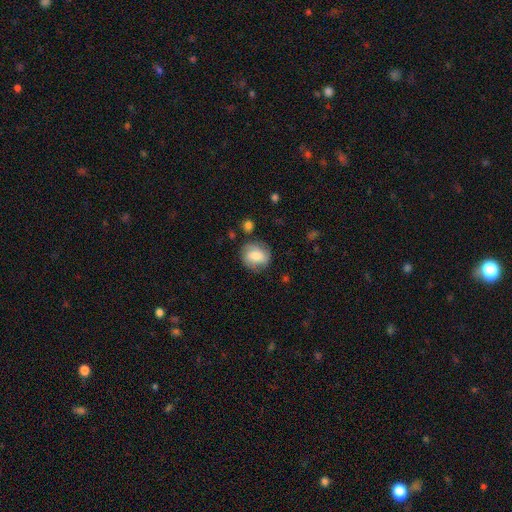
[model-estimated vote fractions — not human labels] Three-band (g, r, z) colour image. It shows a smooth galaxy with no disk features (66%) that is round (77%). Merging: none (74%).